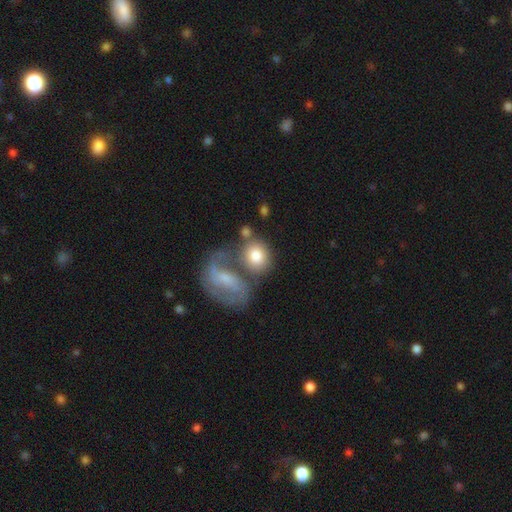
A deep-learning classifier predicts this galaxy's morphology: Smooth or featured? smooth (74%)
How rounded? round (71%)
Merging? none (40%)